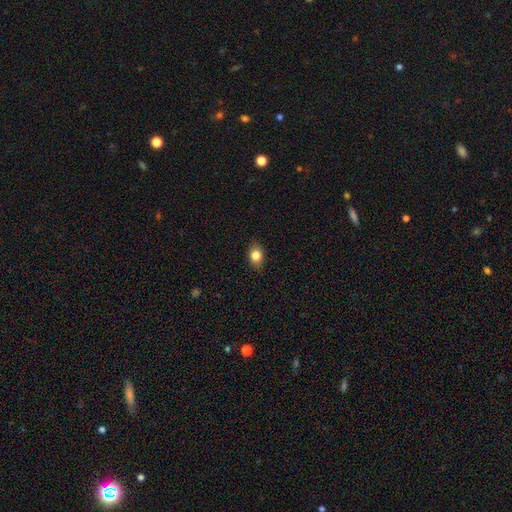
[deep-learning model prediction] Smooth or featured? smooth (81%)
How rounded? in between (68%)
Merging? none (87%)